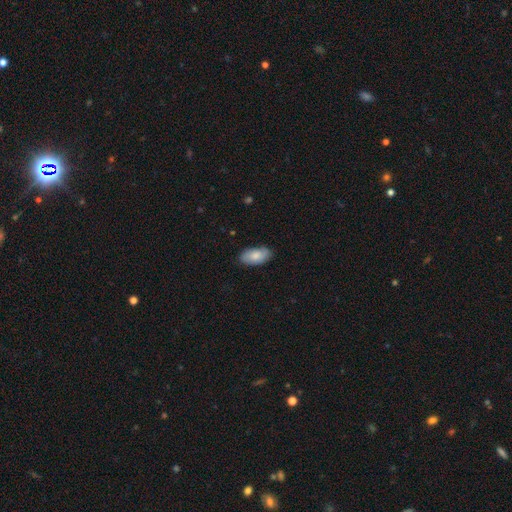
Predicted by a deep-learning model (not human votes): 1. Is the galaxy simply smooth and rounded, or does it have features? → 78% smooth, 16% featured or disk, 6% star or artifact.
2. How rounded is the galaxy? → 94% in between, 3% cigar-shaped, 3% round.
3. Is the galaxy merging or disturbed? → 82% none, 14% minor disturbance, 2% major disturbance, 1% merger.